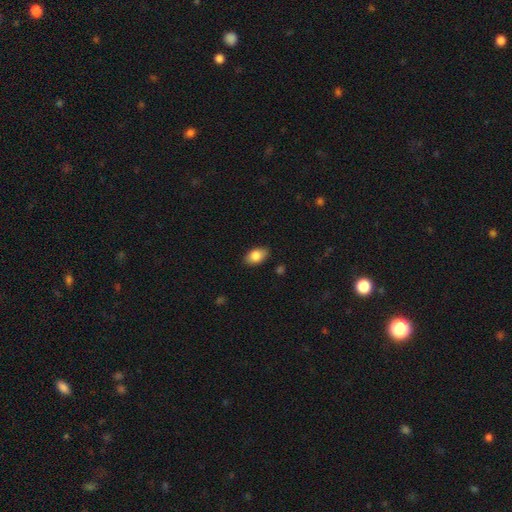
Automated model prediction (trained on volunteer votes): This is clearly a smooth galaxy (84%). How rounded: clearly in between (90%). Merging: clearly none (85%).